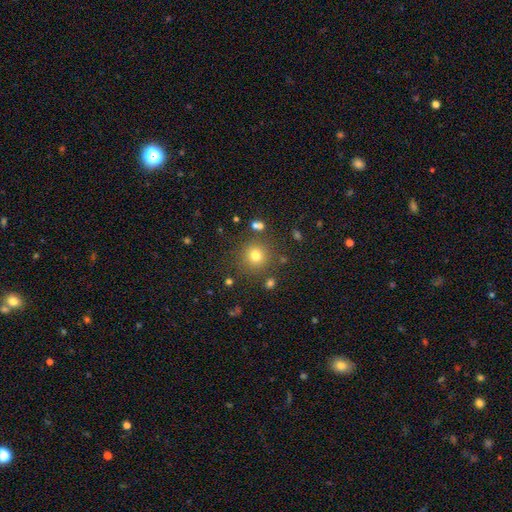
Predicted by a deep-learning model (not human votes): Smooth or featured? smooth (77%)
How rounded? round (93%)
Merging? none (84%)